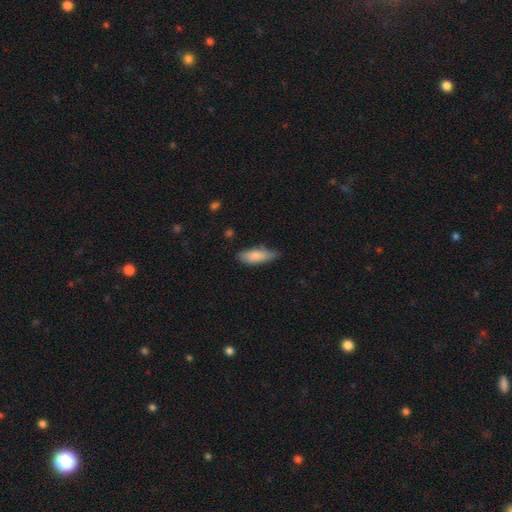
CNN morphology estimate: smooth_or_featured: smooth (p=0.82) [alt: featured or disk p=0.12]
how_rounded: in between (p=0.68) [alt: cigar-shaped p=0.30]
merging: none (p=0.57) [alt: minor disturbance p=0.35]